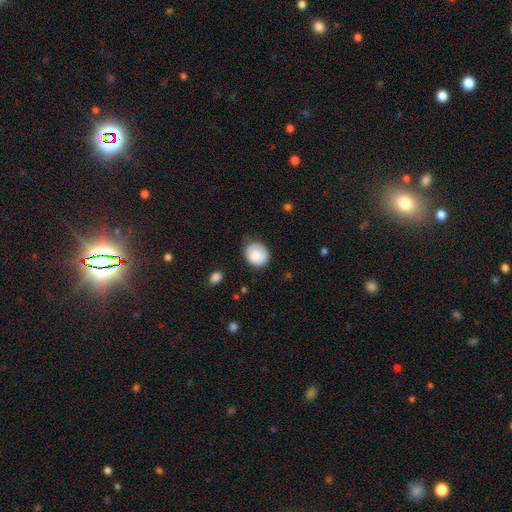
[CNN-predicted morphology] smooth_or_featured: smooth (p=0.85) [alt: featured or disk p=0.08]
how_rounded: round (p=0.72) [alt: in between p=0.27]
merging: none (p=0.71) [alt: minor disturbance p=0.23]